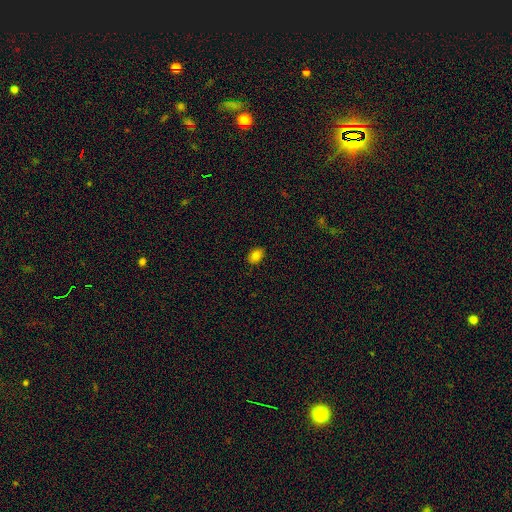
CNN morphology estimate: A smooth galaxy with no disk features (82%) that is in between round and cigar-shaped (70%).

Vote fractions:
- Smooth or featured? smooth: 82% / star or artifact: 11% / featured or disk: 7%
- How rounded? in between: 70% / round: 29% / cigar-shaped: 1%
- Merging? none: 86% / minor disturbance: 11% / major disturbance: 2% / merger: 1%